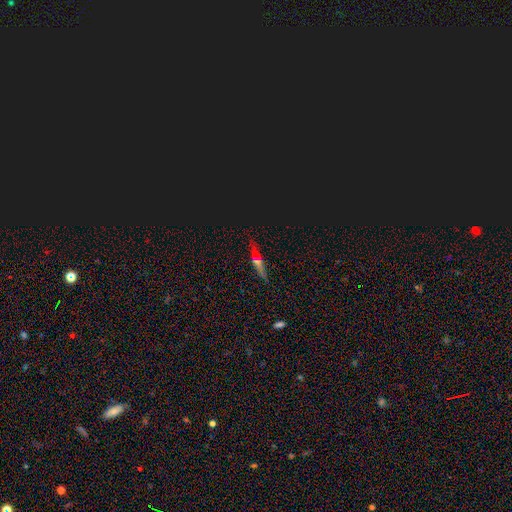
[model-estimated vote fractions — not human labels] Smooth or featured? featured or disk (40%)
Merging? none (86%)